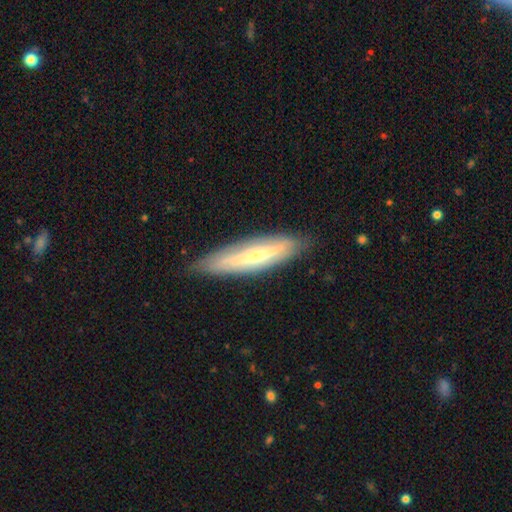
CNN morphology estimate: Q: Smooth or featured?
A: featured or disk (58%); runner-up: smooth (35%)
Q: Edge-on disk?
A: yes (65%); runner-up: no (35%)
Q: Merging?
A: none (80%); runner-up: minor disturbance (15%)